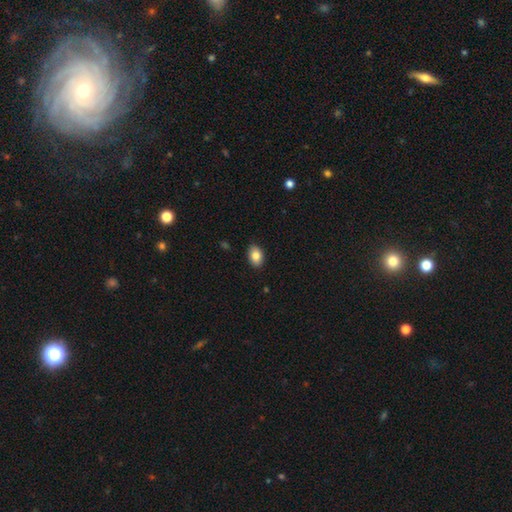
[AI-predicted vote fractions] Smooth or featured? Predicted: smooth (p=0.84). How rounded? Predicted: in between (p=0.86). Merging? Predicted: none (p=0.89).